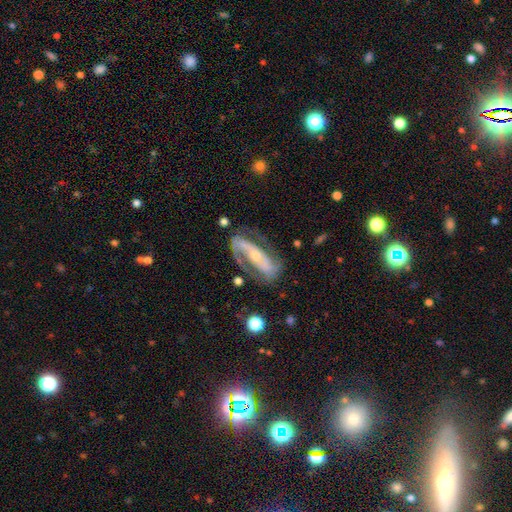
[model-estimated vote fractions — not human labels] A featured or disk galaxy (86%) with a strong bar (54%), 2 (87%) medium (44%) spiral arms (92%) and a small central bulge (63%). Merging: none (70%).